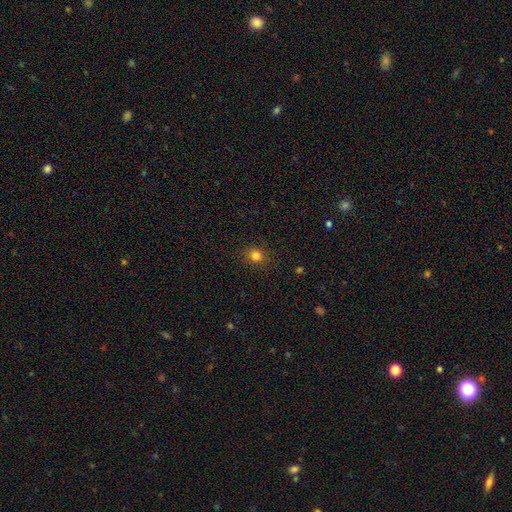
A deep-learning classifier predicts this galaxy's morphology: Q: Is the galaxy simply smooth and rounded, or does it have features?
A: smooth — 82%.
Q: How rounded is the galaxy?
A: round — 81%.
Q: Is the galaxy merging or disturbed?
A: none — 88%.